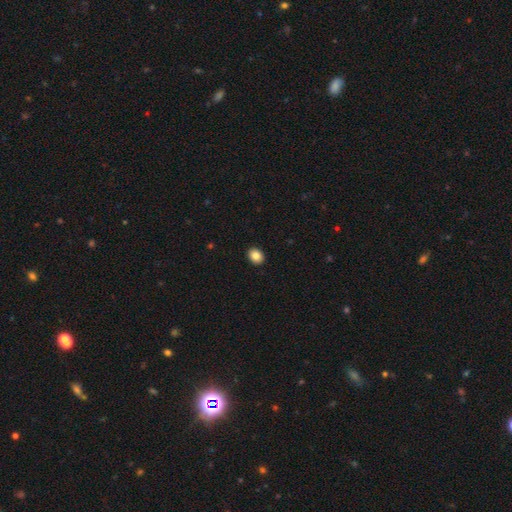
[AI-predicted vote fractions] A smooth galaxy with no disk features (86%) that is round (50%). Merging: none (92%).